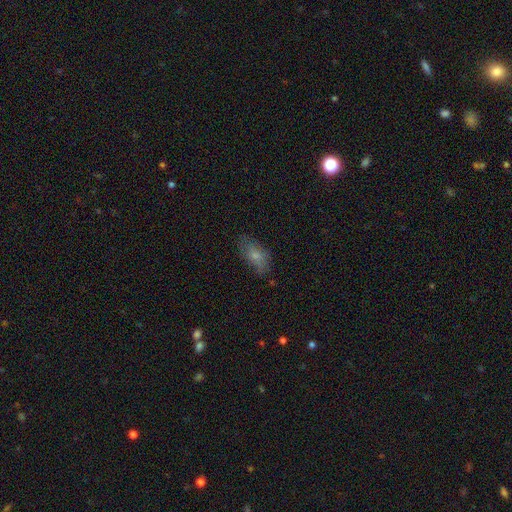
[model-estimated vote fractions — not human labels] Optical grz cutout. It shows a smooth galaxy with no disk features (73%) that is in between round and cigar-shaped (88%). Merging: none (65%).